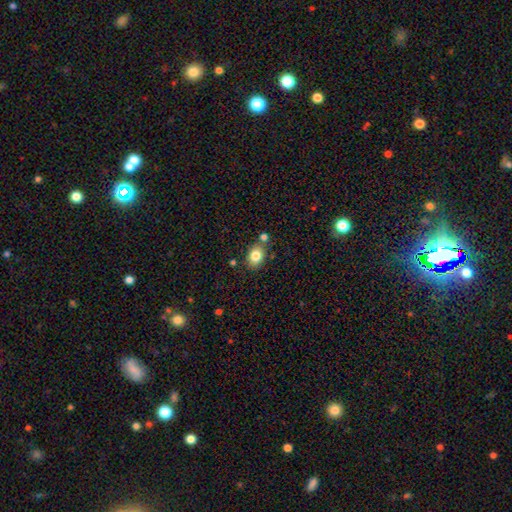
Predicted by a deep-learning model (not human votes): smooth-or-featured: smooth: 82% | star or artifact: 9% | featured or disk: 9%
  how-rounded: in between: 64% | round: 35% | cigar-shaped: 1%
  merging: none: 73% | minor disturbance: 12% | merger: 11% | major disturbance: 3%